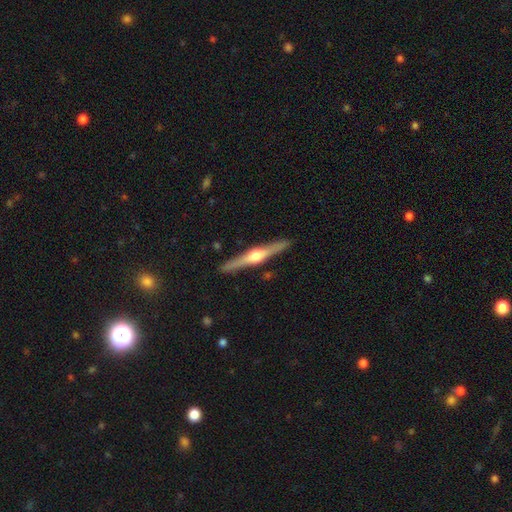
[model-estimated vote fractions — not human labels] A featured or disk galaxy (81%) viewed edge-on (98%) with a rounded central bulge (95%).

Vote fractions:
- Smooth or featured? featured or disk: 81% / smooth: 14% / star or artifact: 5%
- Edge-on disk? yes: 98% / no: 2%
- Edge-on bulge? rounded: 95% / boxy: 3% / none: 2%
- Merging? none: 91% / minor disturbance: 6% / major disturbance: 1% / merger: 1%